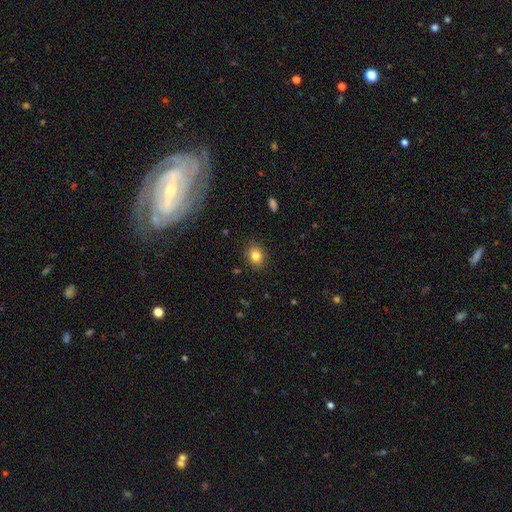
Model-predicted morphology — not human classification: Overall: smooth (82%). How rounded: round (54%; in between 45%). Merging: none (87%).